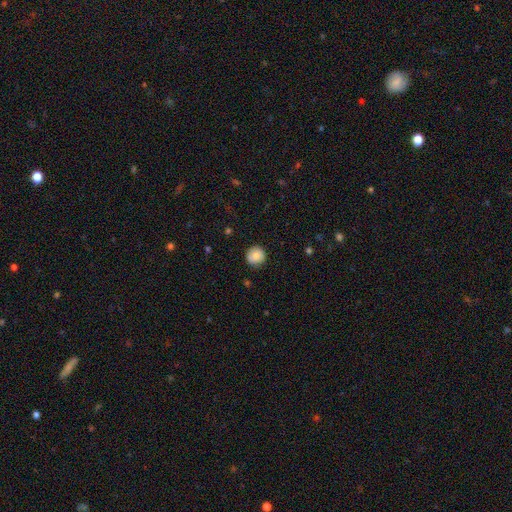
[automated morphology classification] Q: Smooth or featured?
A: smooth (83%); runner-up: featured or disk (9%)
Q: How rounded?
A: round (93%); runner-up: in between (6%)
Q: Merging?
A: none (87%); runner-up: minor disturbance (9%)